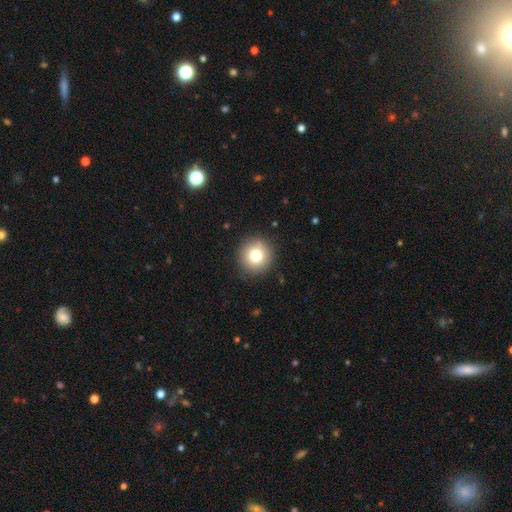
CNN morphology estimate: This appears to be a smooth galaxy with no disk features (78%) that is round (94%). Merging: none (89%).